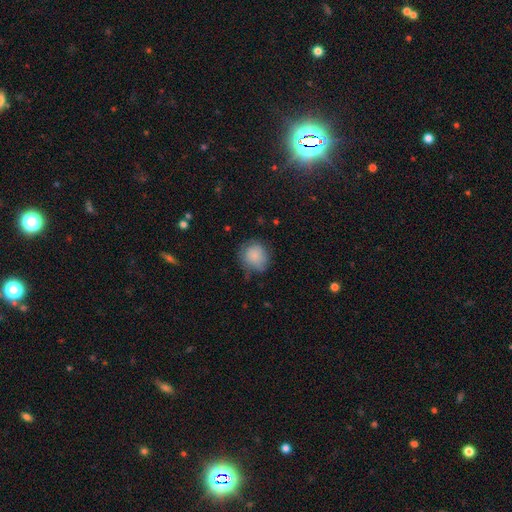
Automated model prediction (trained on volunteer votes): This appears to be a smooth galaxy with no disk features (84%) that is round (83%). Merging: none (65%).